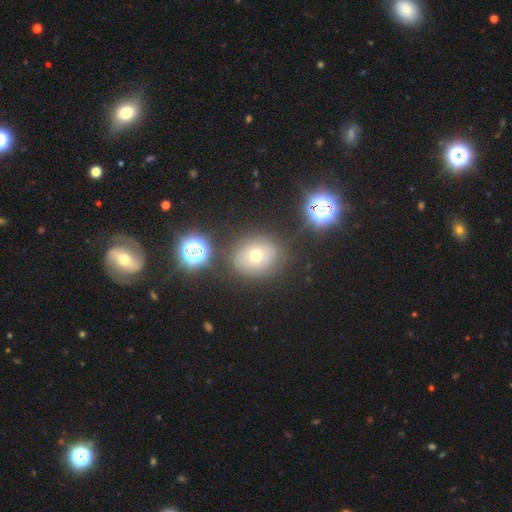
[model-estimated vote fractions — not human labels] This appears to be a smooth galaxy with no disk features (57%) that is round (72%). Merging: none (77%).